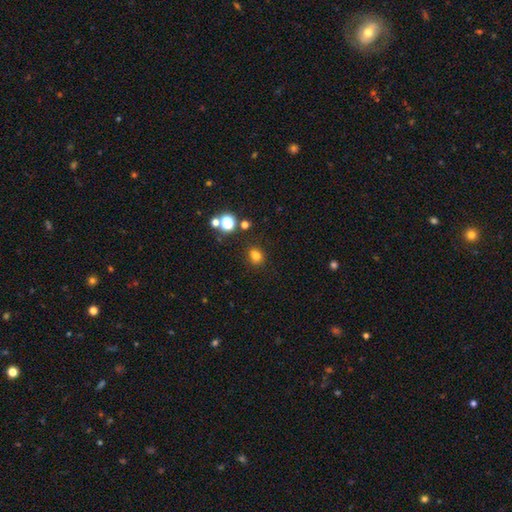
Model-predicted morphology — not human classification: A smooth galaxy with no disk features (78%) that is round (58%).

Vote fractions:
- Smooth or featured? smooth: 78% / star or artifact: 17% / featured or disk: 6%
- How rounded? round: 58% / in between: 41% / cigar-shaped: 1%
- Merging? none: 82% / minor disturbance: 10% / merger: 5% / major disturbance: 3%